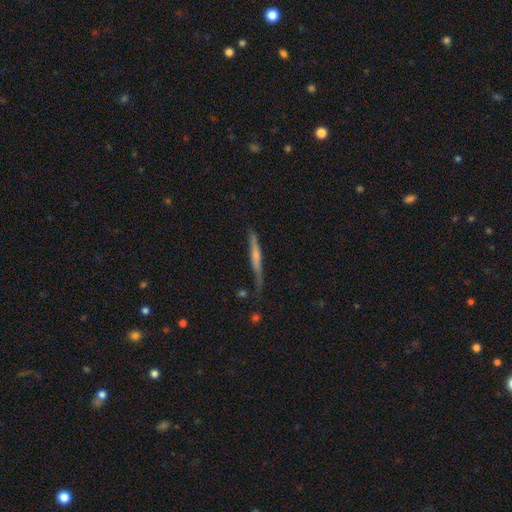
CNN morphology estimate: type=featured or disk (51%); edge-on=yes (94%); merging=none (69%).